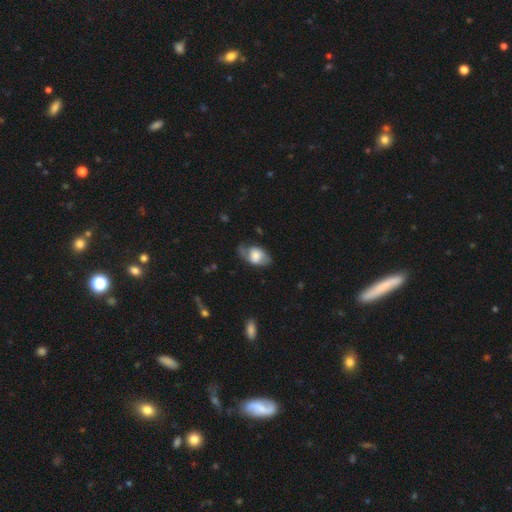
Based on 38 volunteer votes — smooth_or_featured: smooth (p=0.55) [alt: featured or disk p=0.39]
how_rounded: in between (p=0.95) [alt: round p=0.05]
merging: none (p=0.44) [alt: minor disturbance p=0.31]